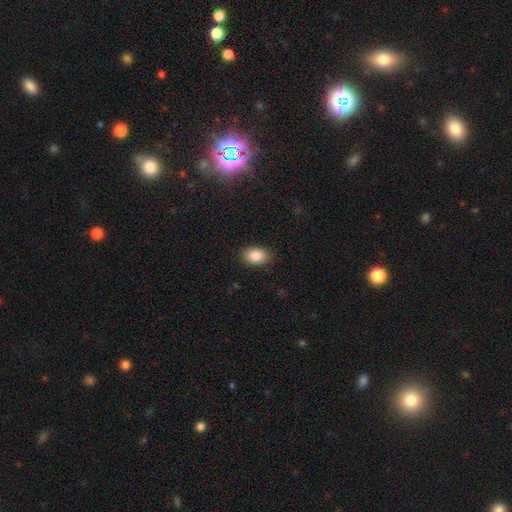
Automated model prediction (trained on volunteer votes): smooth 86%, star or artifact 8%, featured or disk 7%. Down the decision tree: how rounded — in between (86%); merging — none (87%).